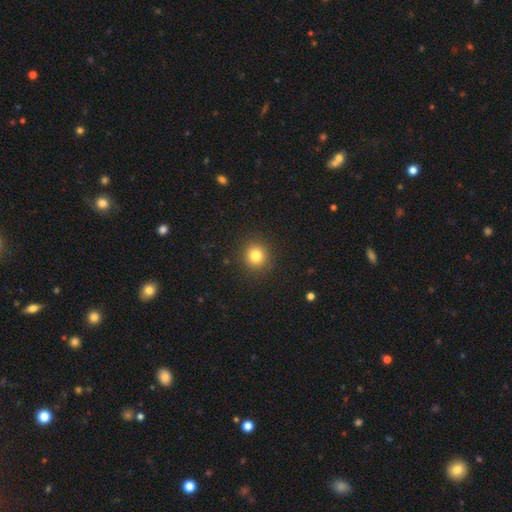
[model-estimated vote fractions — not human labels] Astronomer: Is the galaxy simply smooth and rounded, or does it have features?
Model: smooth — 82%.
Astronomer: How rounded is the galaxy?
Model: round — 90%.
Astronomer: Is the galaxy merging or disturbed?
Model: none — 91%.